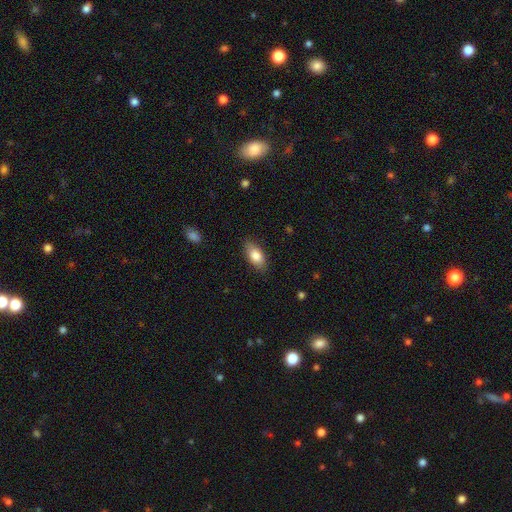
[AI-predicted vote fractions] This is clearly a smooth galaxy (82%). How rounded: clearly in between (88%). Merging: clearly none (84%).